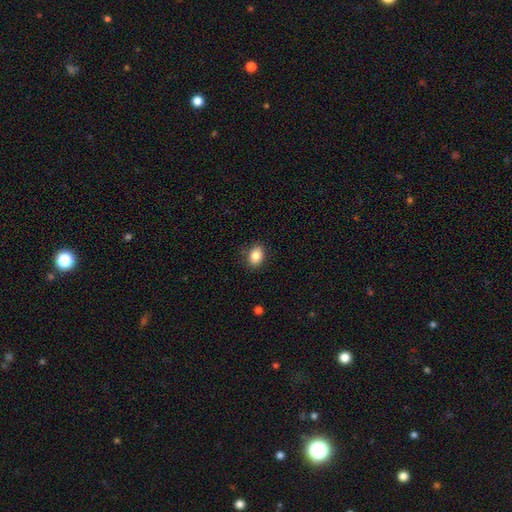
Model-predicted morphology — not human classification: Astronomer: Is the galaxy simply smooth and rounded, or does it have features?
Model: smooth — 86%.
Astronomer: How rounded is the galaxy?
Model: in between — 74%.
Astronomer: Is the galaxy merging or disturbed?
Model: none — 85%.